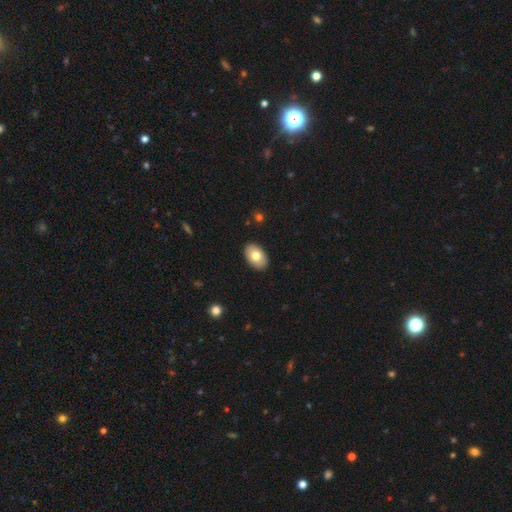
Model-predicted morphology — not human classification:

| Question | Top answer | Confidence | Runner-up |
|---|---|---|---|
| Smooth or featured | smooth | 76% | featured or disk (17%) |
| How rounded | in between | 91% | round (8%) |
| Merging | none | 90% | minor disturbance (8%) |